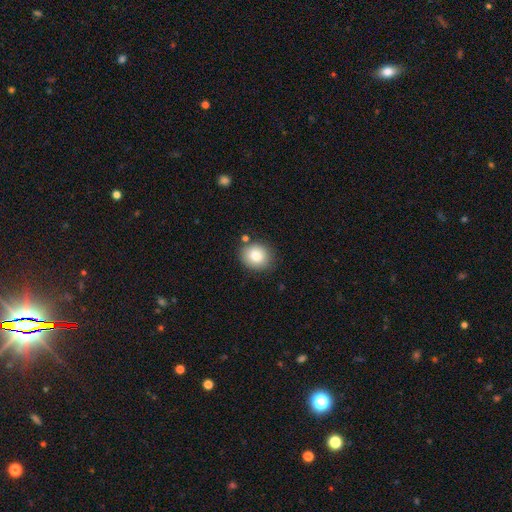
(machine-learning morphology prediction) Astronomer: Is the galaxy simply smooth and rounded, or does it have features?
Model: smooth — 81%.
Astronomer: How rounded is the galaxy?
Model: round — 72%.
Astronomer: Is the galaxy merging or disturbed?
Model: none — 82%.